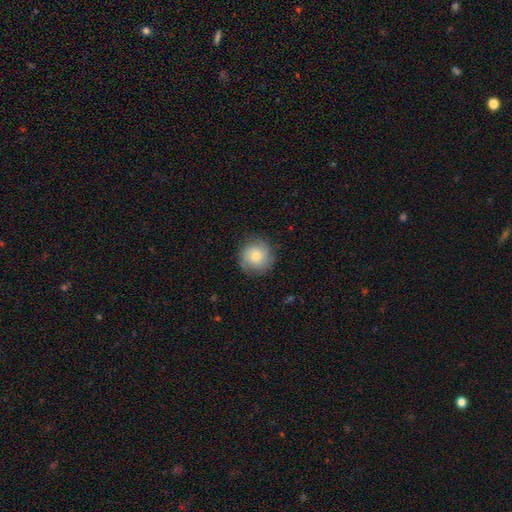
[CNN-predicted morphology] Overall: smooth (52%; featured or disk 39%). How rounded: round (92%). Merging: none (82%).